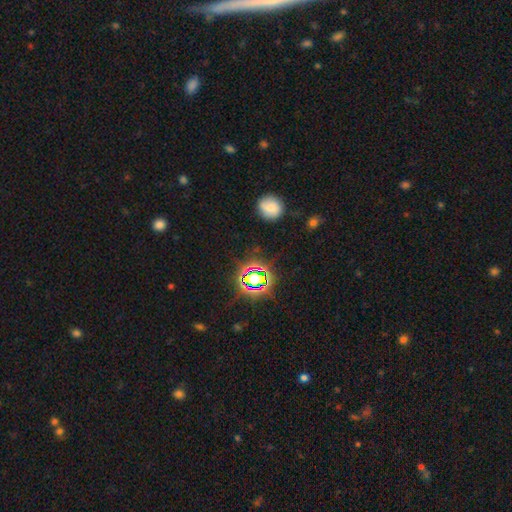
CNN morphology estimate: A star or artifact, not a galaxy (70%).